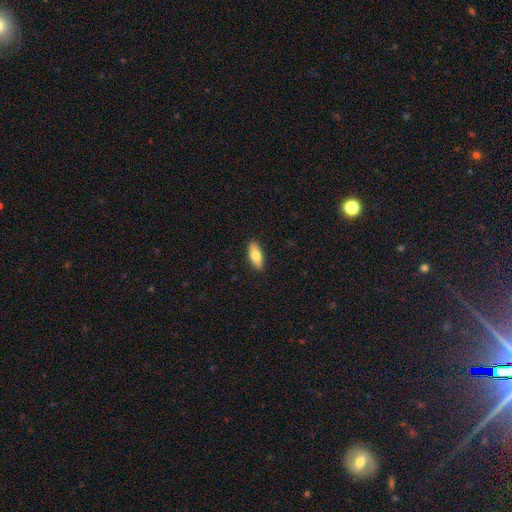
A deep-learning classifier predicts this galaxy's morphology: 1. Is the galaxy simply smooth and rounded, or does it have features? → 75% smooth, 19% featured or disk, 6% star or artifact.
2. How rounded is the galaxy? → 77% in between, 20% cigar-shaped, 3% round.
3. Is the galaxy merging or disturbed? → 90% none, 8% minor disturbance, 2% major disturbance, 1% merger.